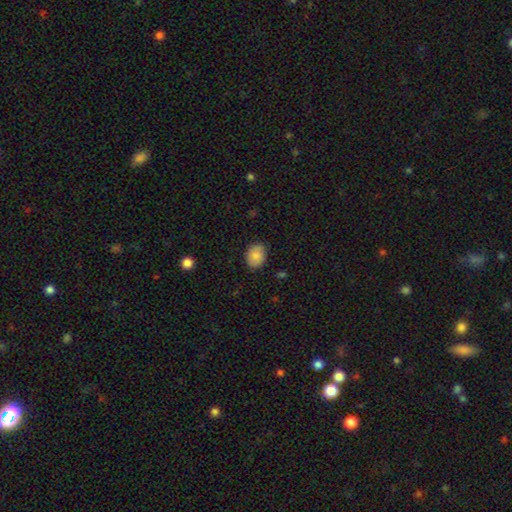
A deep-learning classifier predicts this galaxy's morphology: smooth 82%, featured or disk 10%, star or artifact 8%. Down the decision tree: how rounded — in between (53%); merging — none (82%).